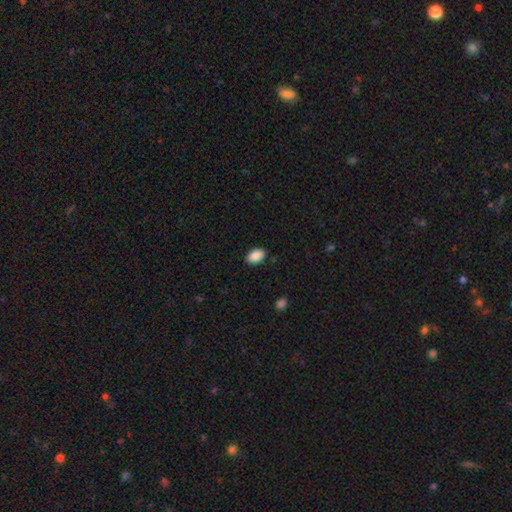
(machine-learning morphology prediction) The model was most divided on "merging": none: 88%, minor disturbance: 9%, major disturbance: 2%, merger: 1%. More confident: how rounded — in between (90%); smooth or featured — smooth (90%).